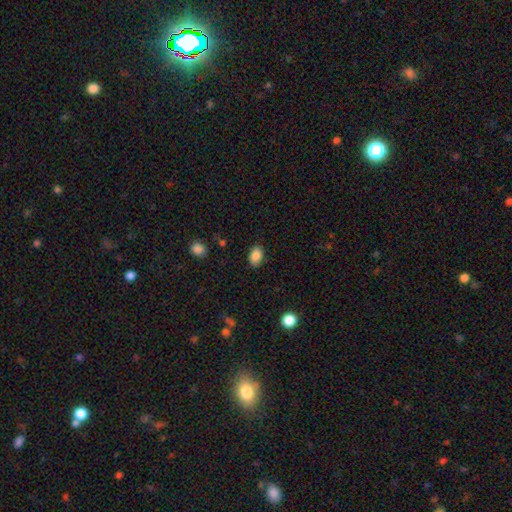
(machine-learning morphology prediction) A smooth galaxy with no disk features (87%) that is in between round and cigar-shaped (86%).

Vote fractions:
- Smooth or featured? smooth: 87% / star or artifact: 8% / featured or disk: 5%
- How rounded? in between: 86% / round: 13% / cigar-shaped: 1%
- Merging? none: 85% / minor disturbance: 11% / major disturbance: 3% / merger: 1%